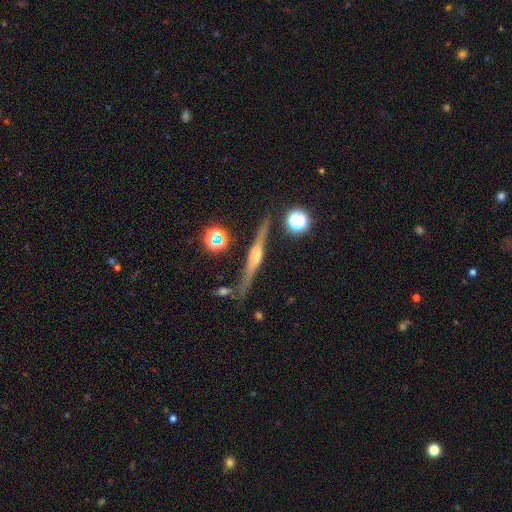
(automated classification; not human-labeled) Smooth or featured?
  - featured or disk: 78% *
  - smooth: 14%
  - star or artifact: 9%
Edge-on disk?
  - yes: 97% *
  - no: 3%
Edge-on bulge?
  - rounded: 78% *
  - boxy: 14%
  - none: 8%
Merging?
  - none: 82% *
  - minor disturbance: 11%
  - merger: 4%
  - major disturbance: 3%